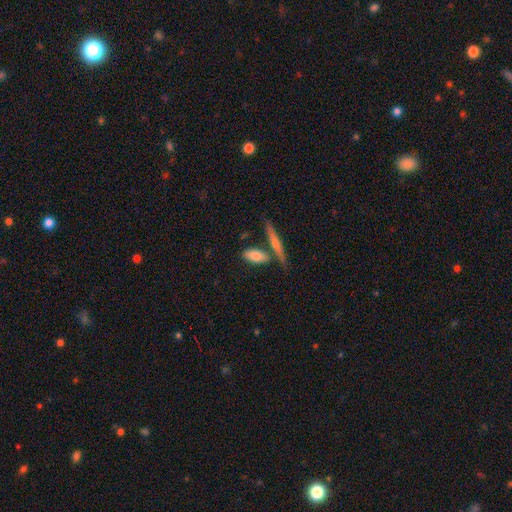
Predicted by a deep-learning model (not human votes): Morphology: type=smooth (75%); roundness=in between (73%); merging=none (61%).